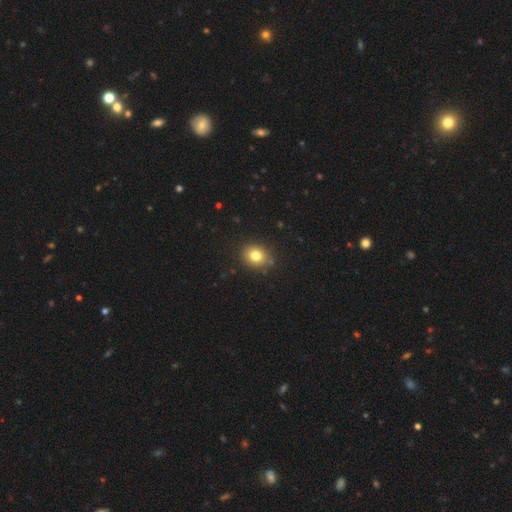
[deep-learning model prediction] smooth_or_featured: smooth (p=0.80) [alt: star or artifact p=0.12]
how_rounded: round (p=0.67) [alt: in between p=0.32]
merging: none (p=0.85) [alt: minor disturbance p=0.10]